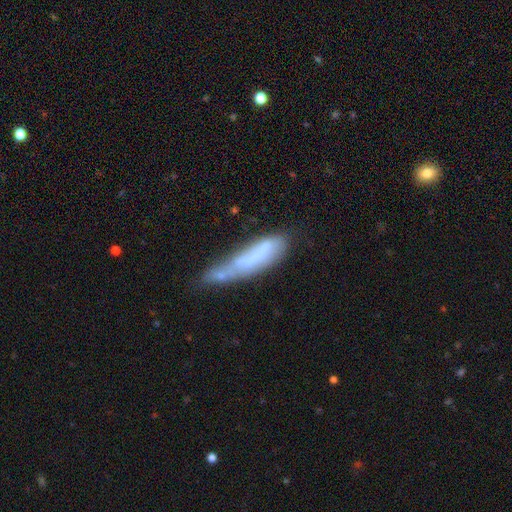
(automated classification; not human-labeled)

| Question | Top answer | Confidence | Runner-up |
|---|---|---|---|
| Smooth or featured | smooth | 53% | featured or disk (38%) |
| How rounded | cigar-shaped | 74% | in between (24%) |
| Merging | none | 30% | minor disturbance (29%) |